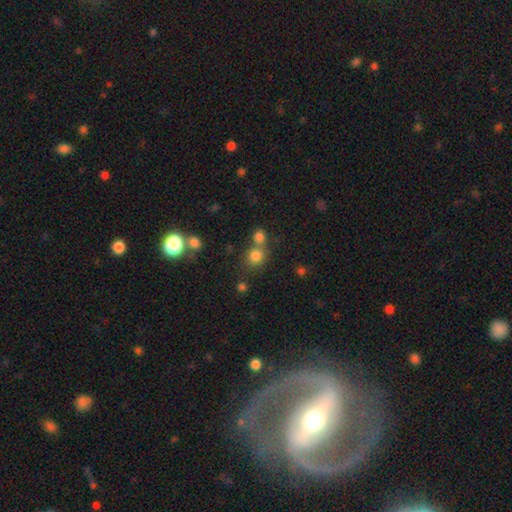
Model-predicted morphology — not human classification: Q: Smooth or featured?
A: smooth (78%); runner-up: star or artifact (15%)
Q: How rounded?
A: round (83%); runner-up: in between (16%)
Q: Merging?
A: none (56%); runner-up: merger (32%)